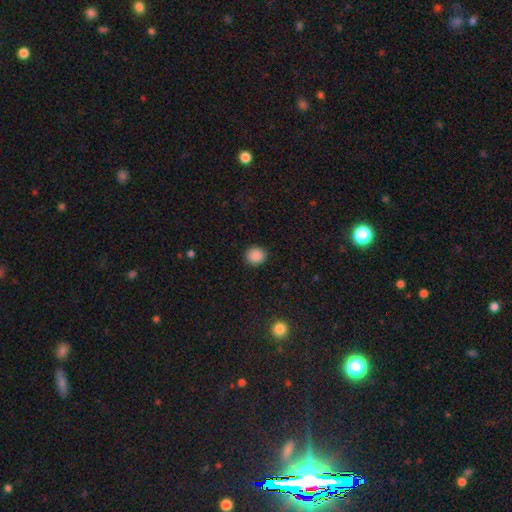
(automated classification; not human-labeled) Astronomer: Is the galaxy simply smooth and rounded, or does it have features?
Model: smooth — 88%.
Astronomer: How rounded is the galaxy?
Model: round — 86%.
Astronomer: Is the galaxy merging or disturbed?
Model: none — 91%.